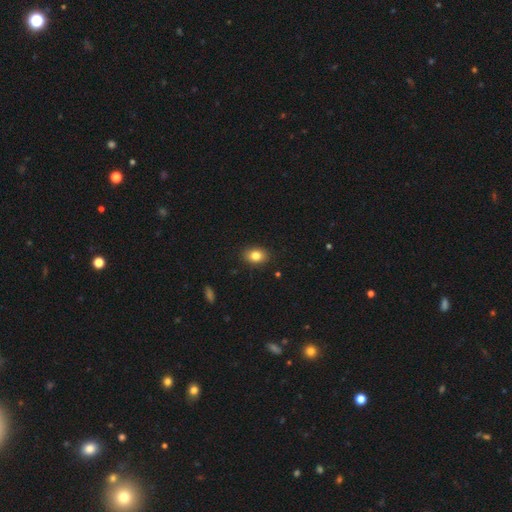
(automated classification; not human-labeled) smooth 83%, star or artifact 10%, featured or disk 8%. Down the decision tree: how rounded — in between (69%); merging — none (88%).